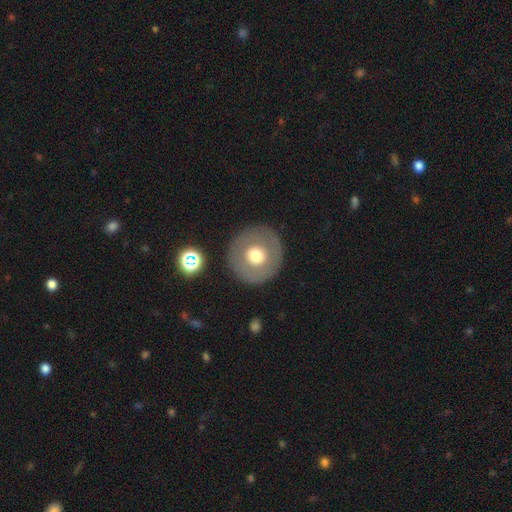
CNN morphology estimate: smooth_or_featured: smooth (p=0.58) [alt: featured or disk p=0.34]
how_rounded: round (p=0.95) [alt: in between p=0.04]
merging: none (p=0.88) [alt: minor disturbance p=0.07]